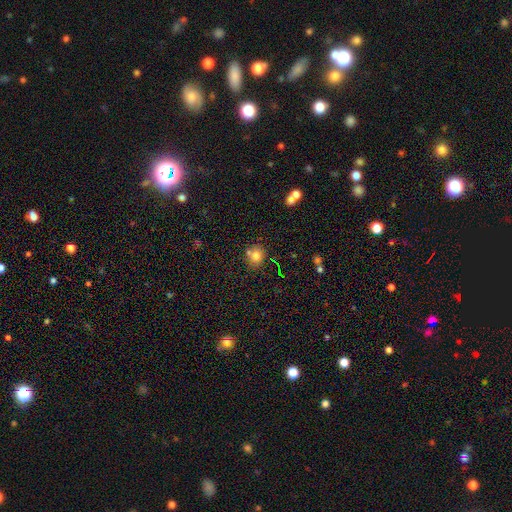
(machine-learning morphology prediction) A smooth galaxy with no disk features (76%) that is round (74%).

Vote fractions:
- Smooth or featured? smooth: 76% / star or artifact: 13% / featured or disk: 11%
- How rounded? round: 74% / in between: 25% / cigar-shaped: 1%
- Merging? none: 65% / merger: 20% / minor disturbance: 12% / major disturbance: 3%